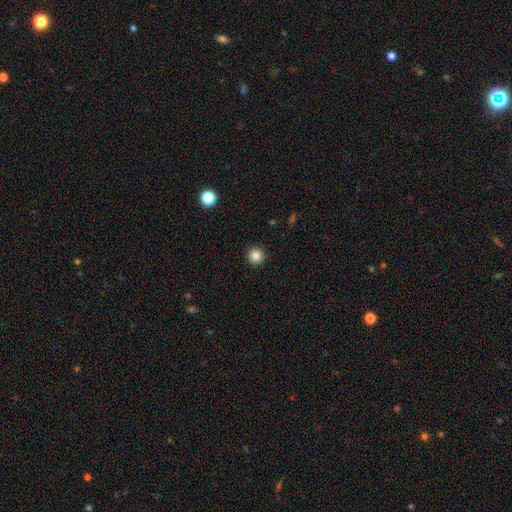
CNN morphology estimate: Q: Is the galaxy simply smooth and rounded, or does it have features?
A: smooth — 84%.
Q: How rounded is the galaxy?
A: round — 96%.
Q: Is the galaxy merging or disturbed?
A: none — 93%.